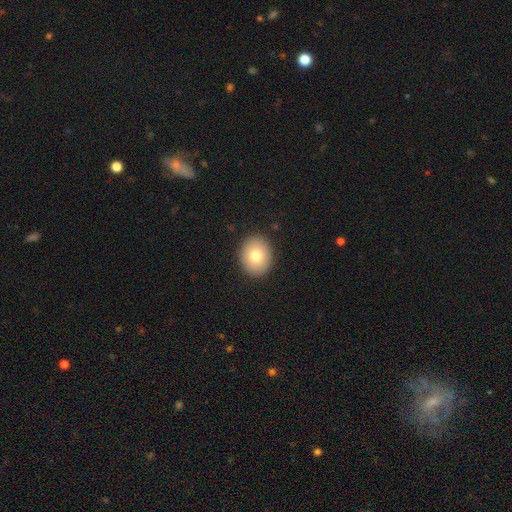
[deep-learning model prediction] Smooth or featured? Predicted: smooth (p=0.76). How rounded? Predicted: round (p=0.57). Merging? Predicted: none (p=0.91).